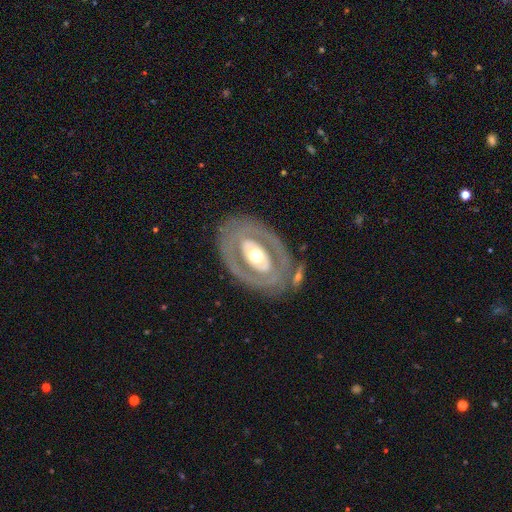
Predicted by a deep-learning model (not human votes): Smooth or featured: featured or disk — 77% (smooth — 16%)
Edge-on disk: no — 91% (yes — 9%)
Bar: no — 35% (strong — 33%)
Spiral arms: no — 52% (yes — 48%)
Bulge size: moderate — 65% (small — 24%)
Merging: none — 76% (minor disturbance — 14%)